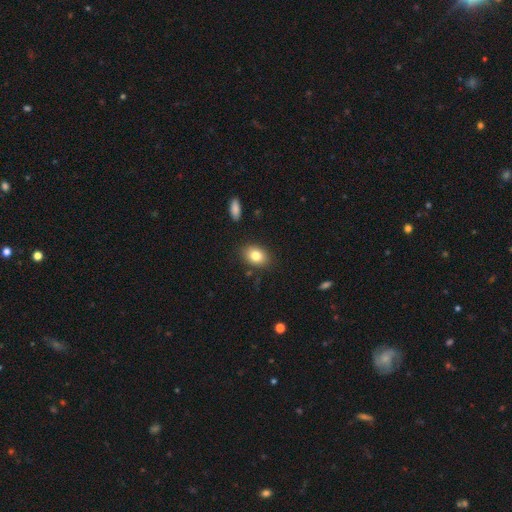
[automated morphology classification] Smooth or featured? smooth (82%)
How rounded? in between (73%)
Merging? none (85%)